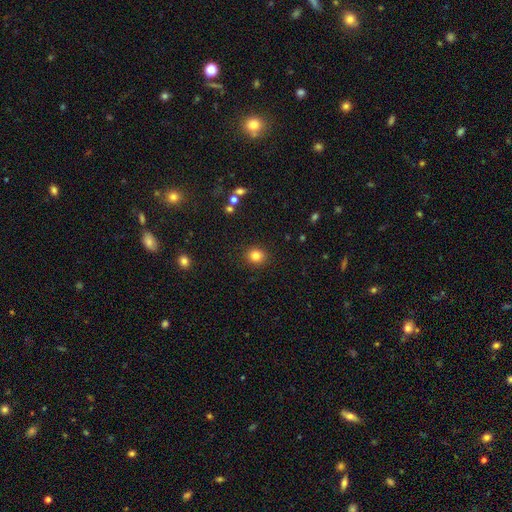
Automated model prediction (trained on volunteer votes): Overall: smooth (83%). How rounded: round (78%). Merging: none (89%).